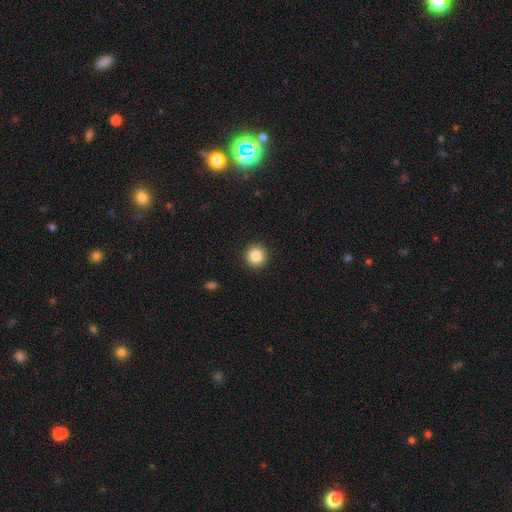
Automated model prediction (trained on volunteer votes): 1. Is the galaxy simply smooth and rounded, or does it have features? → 86% smooth, 9% star or artifact, 4% featured or disk.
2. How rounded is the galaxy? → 95% round, 5% in between, 1% cigar-shaped.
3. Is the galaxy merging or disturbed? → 92% none, 5% minor disturbance, 2% major disturbance, 1% merger.